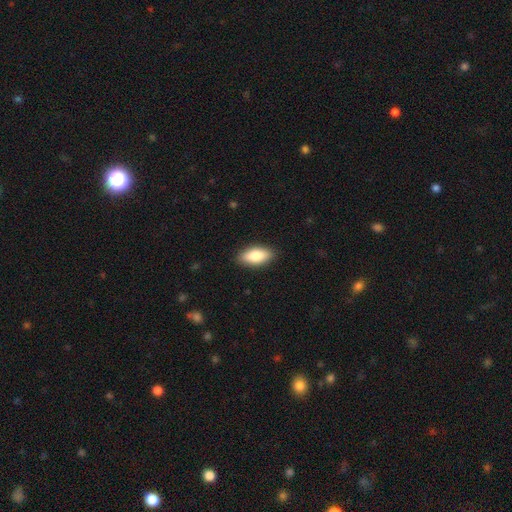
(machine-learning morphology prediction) smooth 80%, featured or disk 14%, star or artifact 6%. Down the decision tree: how rounded — in between (86%); merging — none (88%).